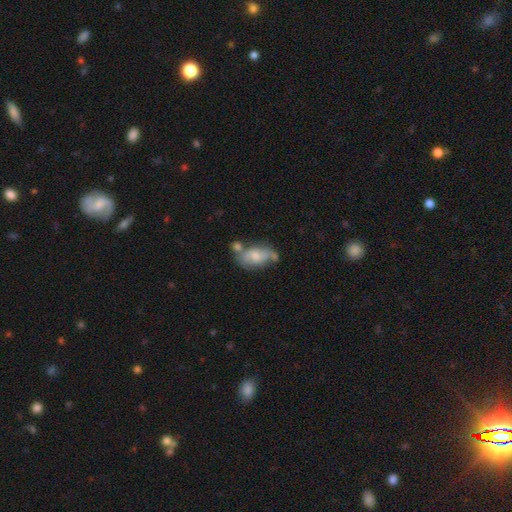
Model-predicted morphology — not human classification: The model was most divided on "merging": merger: 31%, none: 29%, minor disturbance: 24%, major disturbance: 16%. More confident: how rounded — in between (89%); smooth or featured — smooth (55%).